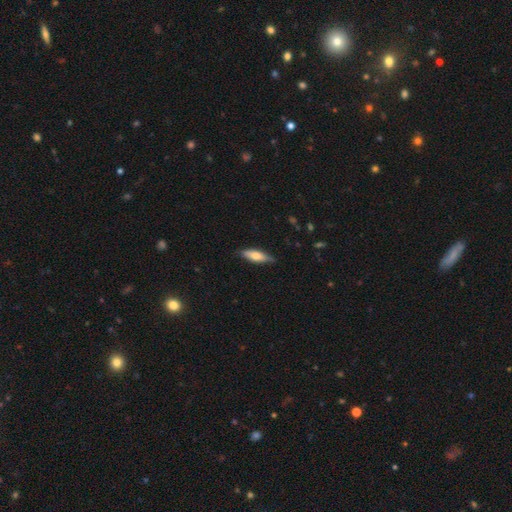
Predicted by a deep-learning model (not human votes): This is likely a smooth galaxy (66%). How rounded: possibly in between (49%, tied with cigar-shaped). Merging: clearly none (80%).